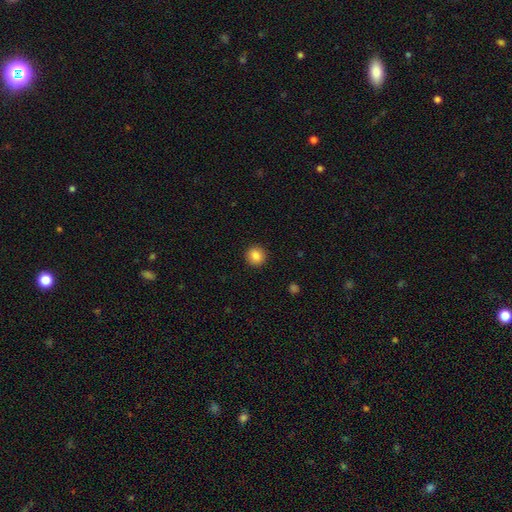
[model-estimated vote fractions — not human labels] smooth_or_featured: smooth (p=0.86) [alt: star or artifact p=0.09]
how_rounded: round (p=0.93) [alt: in between p=0.06]
merging: none (p=0.92) [alt: minor disturbance p=0.05]